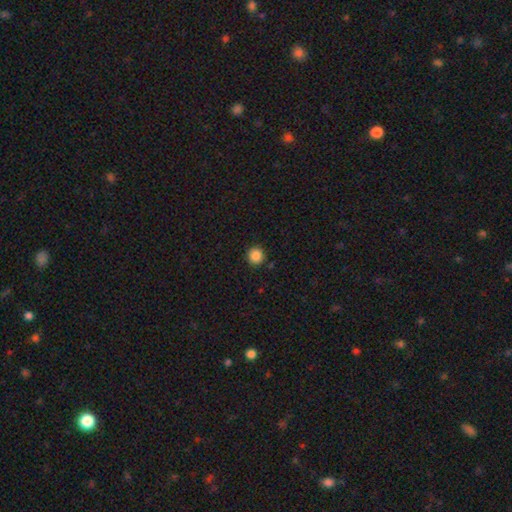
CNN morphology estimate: A smooth galaxy with no disk features (87%) that is round (95%).

Vote fractions:
- Smooth or featured? smooth: 87% / star or artifact: 10% / featured or disk: 3%
- How rounded? round: 95% / in between: 4% / cigar-shaped: 1%
- Merging? none: 92% / minor disturbance: 5% / major disturbance: 2% / merger: 1%